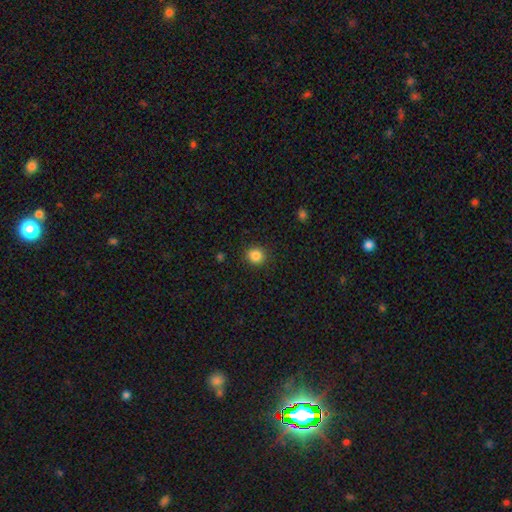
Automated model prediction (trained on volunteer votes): smooth_or_featured: smooth (p=0.85) [alt: star or artifact p=0.11]
how_rounded: round (p=0.88) [alt: in between p=0.11]
merging: none (p=0.89) [alt: minor disturbance p=0.07]